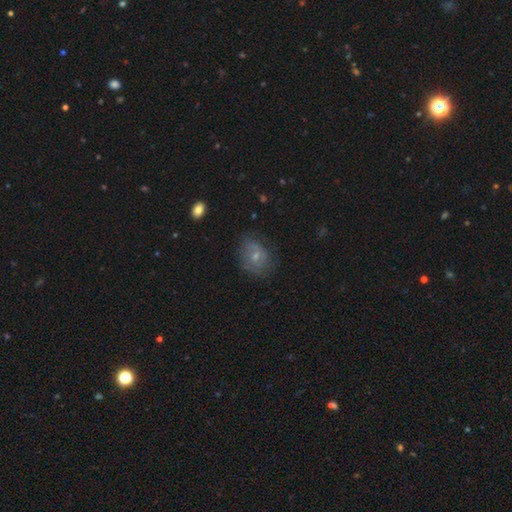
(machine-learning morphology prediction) A smooth galaxy with no disk features (49%).

Vote fractions:
- Smooth or featured? smooth: 49% / featured or disk: 38% / star or artifact: 13%
- Merging? none: 62% / minor disturbance: 25% / major disturbance: 11% / merger: 2%